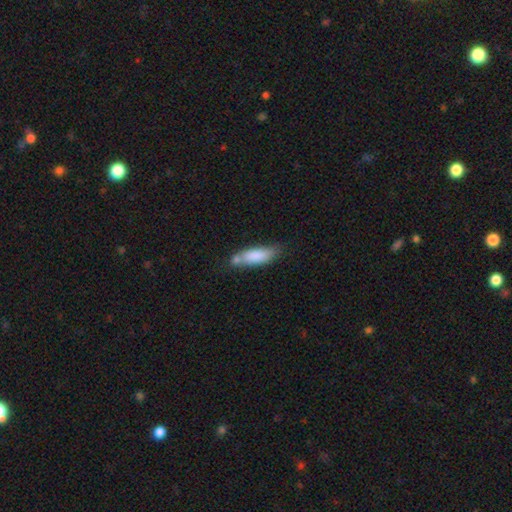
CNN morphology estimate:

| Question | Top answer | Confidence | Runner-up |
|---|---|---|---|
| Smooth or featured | smooth | 82% | featured or disk (12%) |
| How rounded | in between | 57% | cigar-shaped (41%) |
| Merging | none | 54% | minor disturbance (22%) |